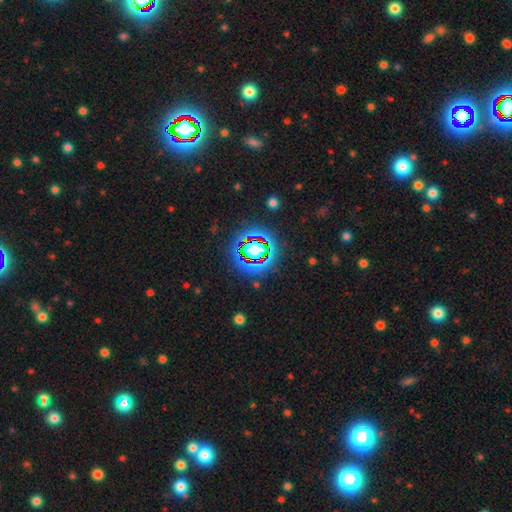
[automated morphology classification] star or artifact 71%, smooth 19%, featured or disk 11%.